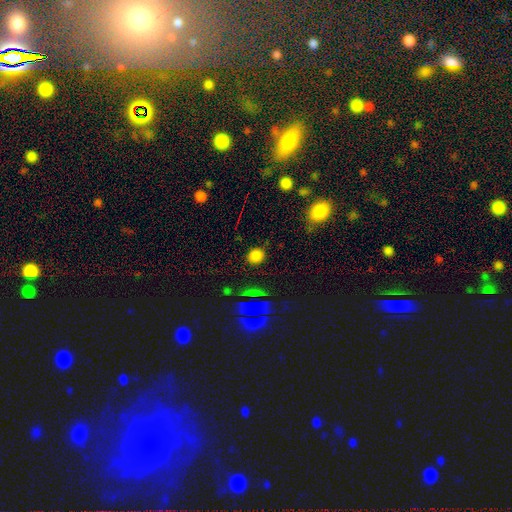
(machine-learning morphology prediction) Smooth or featured? Predicted: smooth (p=0.73). How rounded? Predicted: round (p=0.83). Merging? Predicted: none (p=0.87).